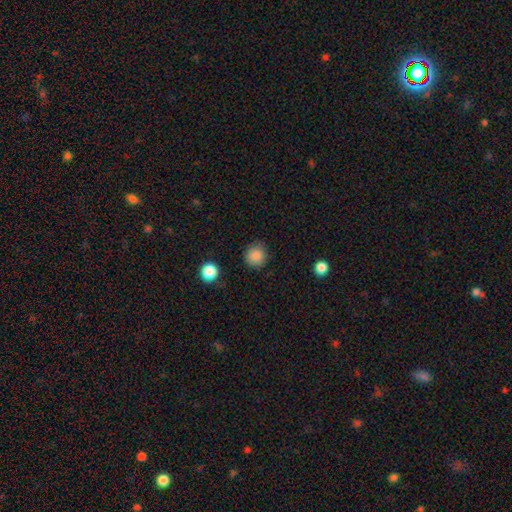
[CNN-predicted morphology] This is clearly a smooth galaxy (87%). How rounded: clearly round (92%). Merging: clearly none (86%).